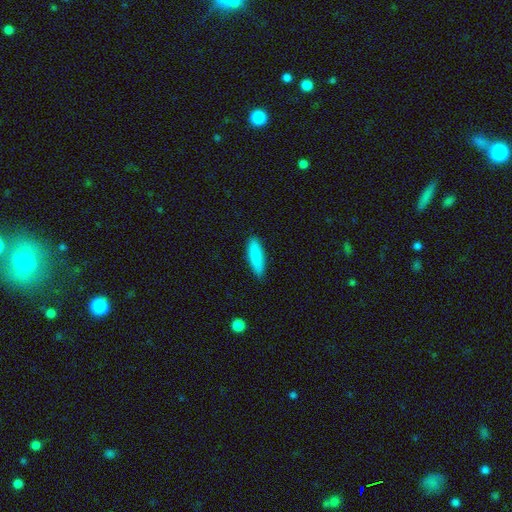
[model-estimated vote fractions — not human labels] Smooth or featured? smooth (87%)
How rounded? cigar-shaped (60%)
Merging? none (87%)